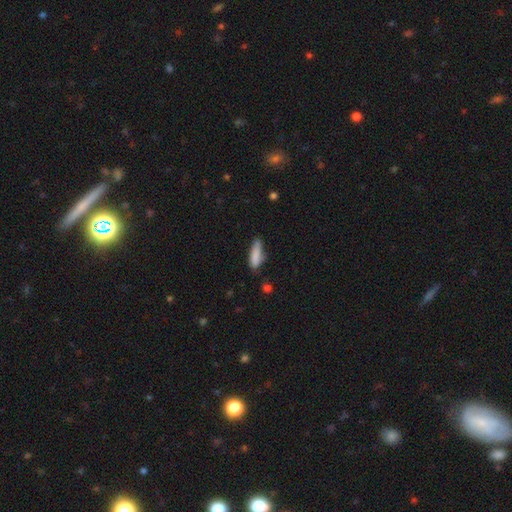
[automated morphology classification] A smooth galaxy with no disk features (84%) that is cigar-shaped (59%). Merging: none (60%).